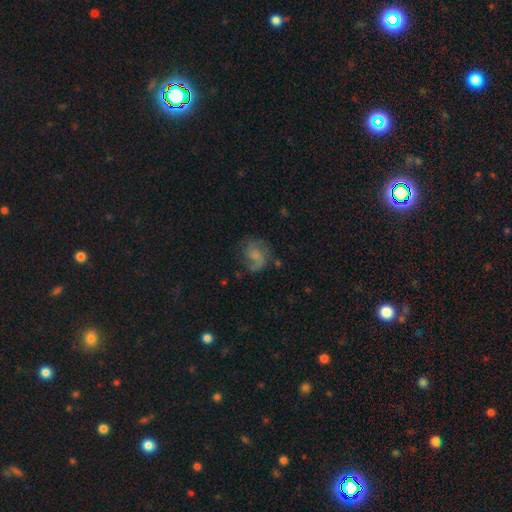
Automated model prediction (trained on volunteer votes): Morphology: type=featured or disk (52%); edge-on=no (98%); bar=no (63%); spiral arms=yes (84%); bulge=small (36%, tied with none); merging=none (60%).